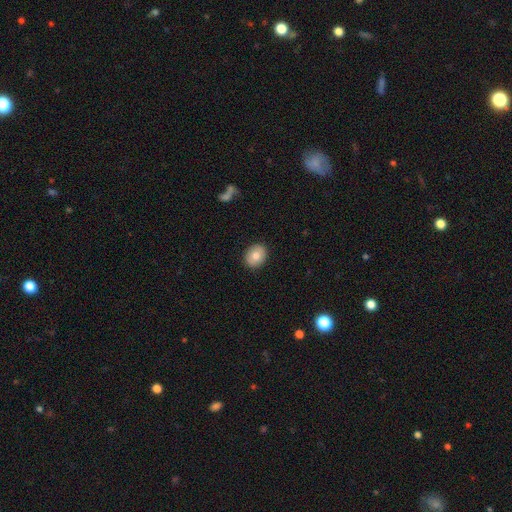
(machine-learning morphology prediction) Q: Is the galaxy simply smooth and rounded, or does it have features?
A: smooth — 77%.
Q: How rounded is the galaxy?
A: round — 54%.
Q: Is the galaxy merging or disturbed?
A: none — 90%.